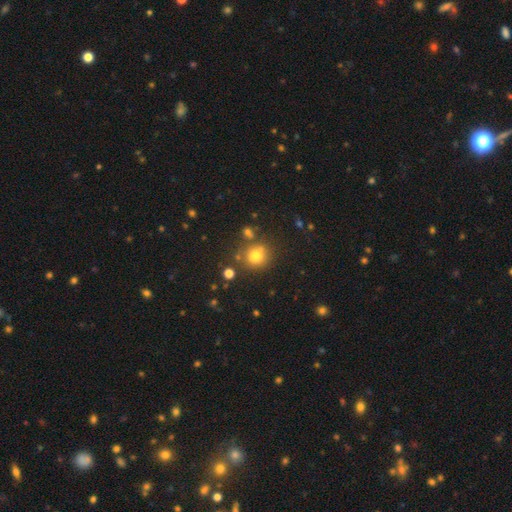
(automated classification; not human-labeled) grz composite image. It shows a smooth galaxy with no disk features (76%) that is round (78%). Merging: none (69%).